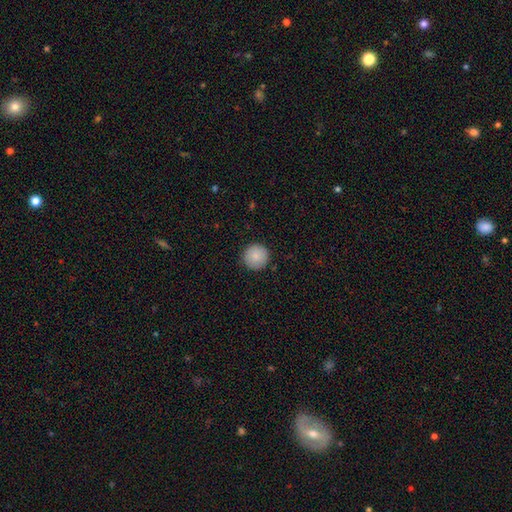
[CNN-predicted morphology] A smooth galaxy with no disk features (87%) that is round (96%). Merging: none (91%).